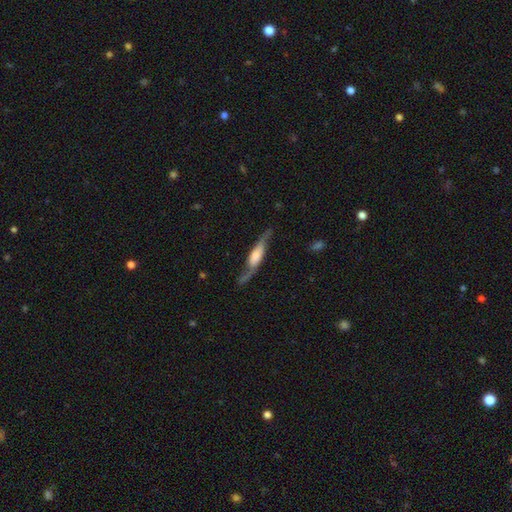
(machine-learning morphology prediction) featured or disk 73%, smooth 22%, star or artifact 6%. Down the decision tree: edge-on disk — yes (60%); merging — none (68%).